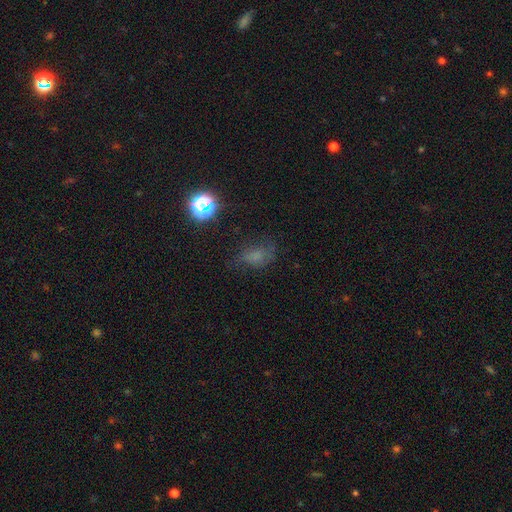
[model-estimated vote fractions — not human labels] This is possibly a smooth galaxy (56%). How rounded: likely in between (68%). Merging: possibly none (52%).